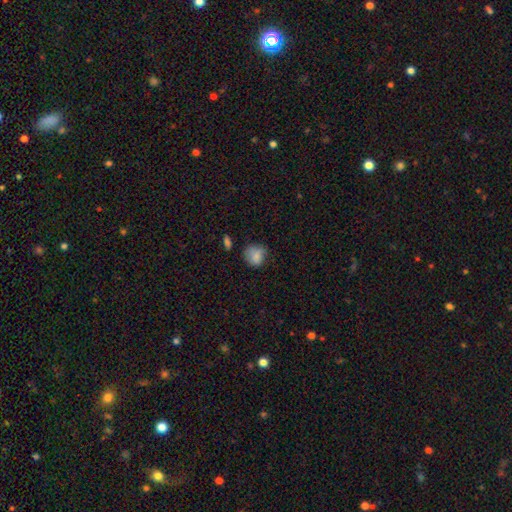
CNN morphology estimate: smooth-or-featured: smooth: 83% | star or artifact: 9% | featured or disk: 8%
  how-rounded: round: 75% | in between: 23% | cigar-shaped: 1%
  merging: none: 58% | minor disturbance: 30% | major disturbance: 8% | merger: 3%